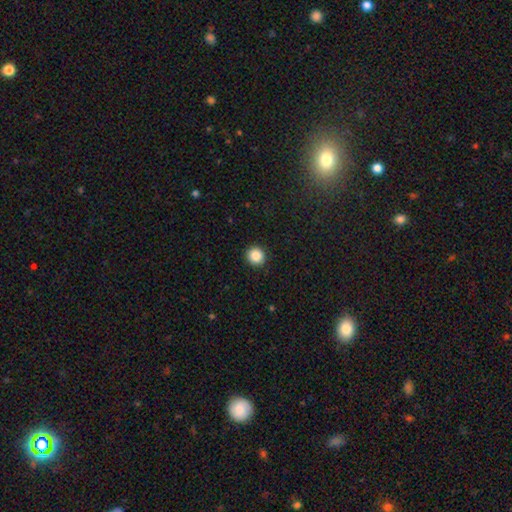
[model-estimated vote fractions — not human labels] A smooth galaxy with no disk features (87%) that is round (93%).

Vote fractions:
- Smooth or featured? smooth: 87% / star or artifact: 9% / featured or disk: 4%
- How rounded? round: 93% / in between: 7% / cigar-shaped: 1%
- Merging? none: 93% / minor disturbance: 5% / major disturbance: 2% / merger: 1%